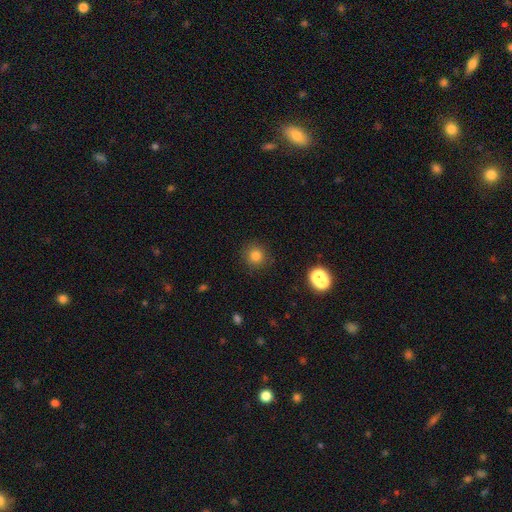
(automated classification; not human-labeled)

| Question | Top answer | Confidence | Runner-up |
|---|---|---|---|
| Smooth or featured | smooth | 81% | star or artifact (13%) |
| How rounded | round | 93% | in between (6%) |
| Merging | none | 89% | minor disturbance (7%) |